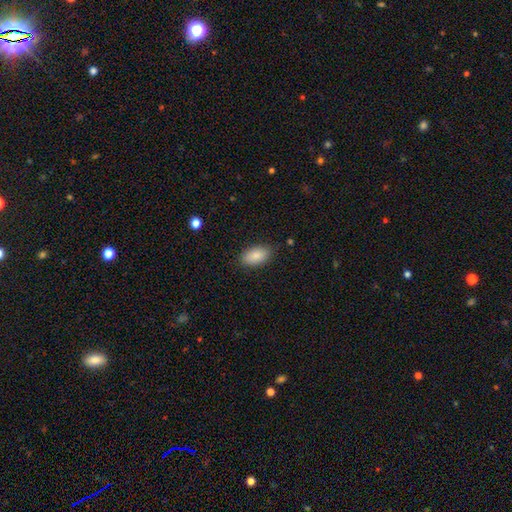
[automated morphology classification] Smooth or featured? smooth (86%)
How rounded? in between (93%)
Merging? none (84%)